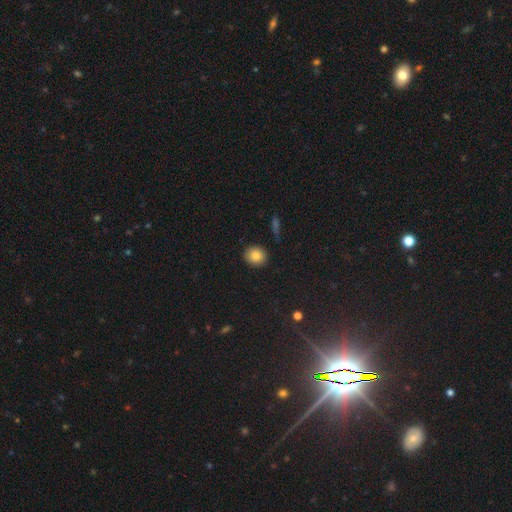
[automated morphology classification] The model was most divided on "how rounded": round: 73%, in between: 26%, cigar-shaped: 1%. More confident: merging — none (89%); smooth or featured — smooth (84%).